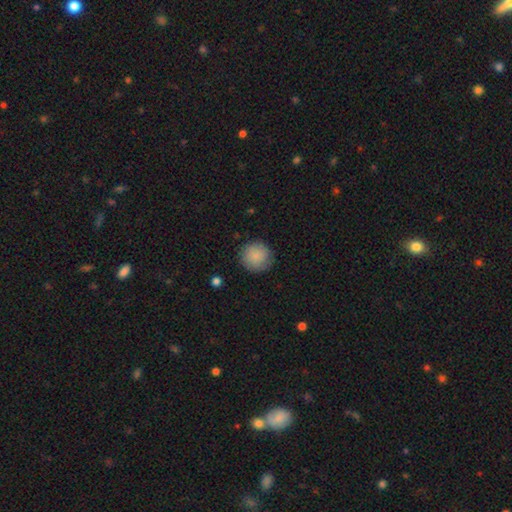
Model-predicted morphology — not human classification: Smooth or featured? smooth (88%)
How rounded? round (94%)
Merging? none (87%)